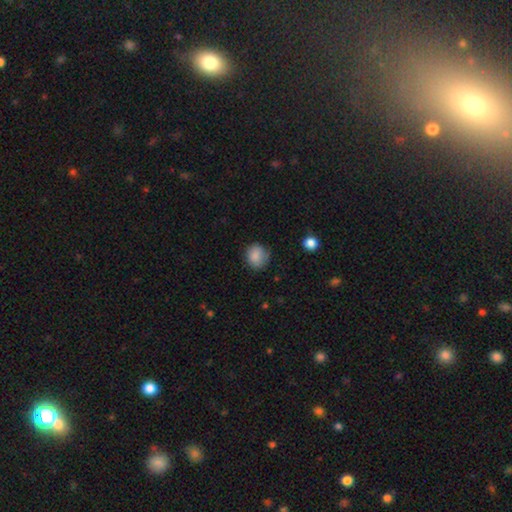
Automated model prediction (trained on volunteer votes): The model was most divided on "merging": none: 76%, minor disturbance: 19%, major disturbance: 4%, merger: 1%. More confident: smooth or featured — smooth (86%); how rounded — round (80%).